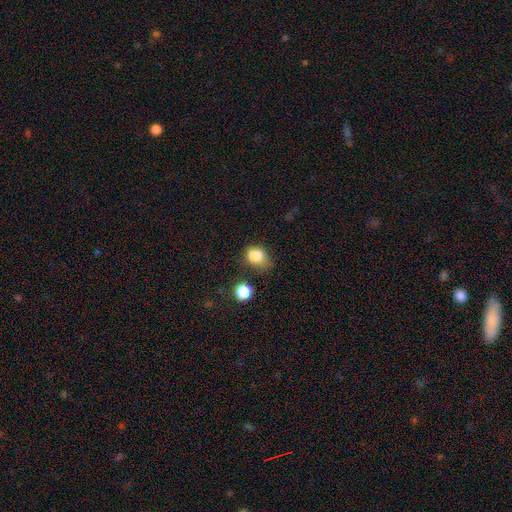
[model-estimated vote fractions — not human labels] smooth_or_featured: smooth (p=0.80) [alt: star or artifact p=0.12]
how_rounded: in between (p=0.55) [alt: round p=0.44]
merging: none (p=0.40) [alt: minor disturbance p=0.33]